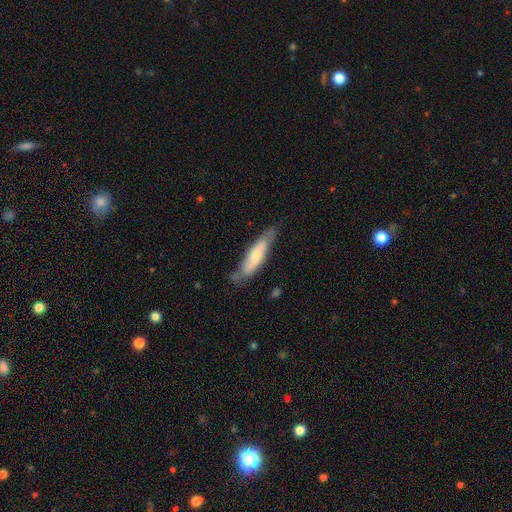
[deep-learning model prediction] Overall: smooth (64%; featured or disk 31%). How rounded: cigar-shaped (74%). Merging: none (64%; minor disturbance 27%).